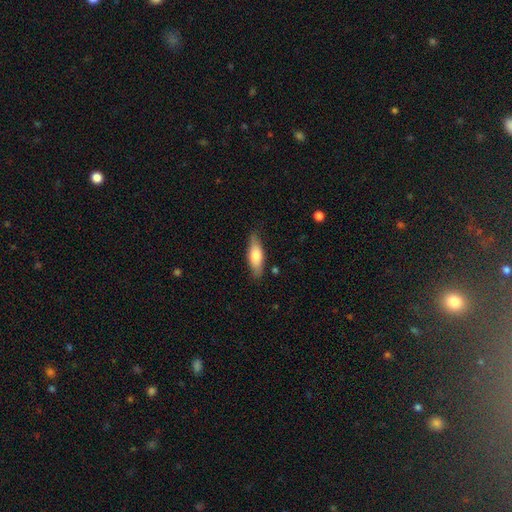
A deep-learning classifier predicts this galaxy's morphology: Smooth or featured?
  - smooth: 69% *
  - featured or disk: 25%
  - star or artifact: 6%
How rounded?
  - in between: 58% *
  - cigar-shaped: 40%
  - round: 2%
Merging?
  - none: 79% *
  - minor disturbance: 16%
  - major disturbance: 3%
  - merger: 2%